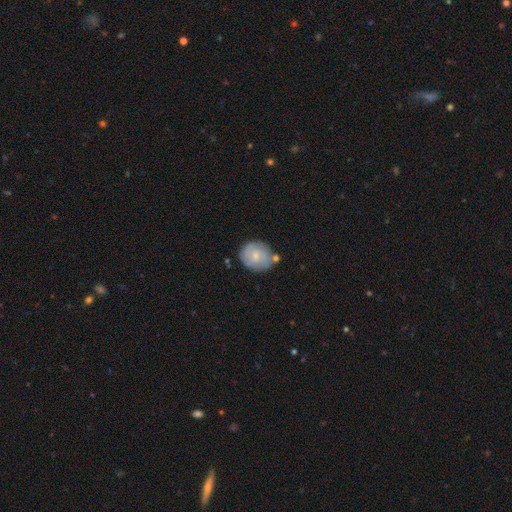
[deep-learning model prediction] Smooth or featured? Predicted: featured or disk (p=0.53). Edge-on disk? Predicted: no (p=0.97). Bar? Predicted: no (p=0.69). Spiral arms? Predicted: yes (p=0.77). Bulge size? Predicted: small (p=0.66). Merging? Predicted: none (p=0.68).